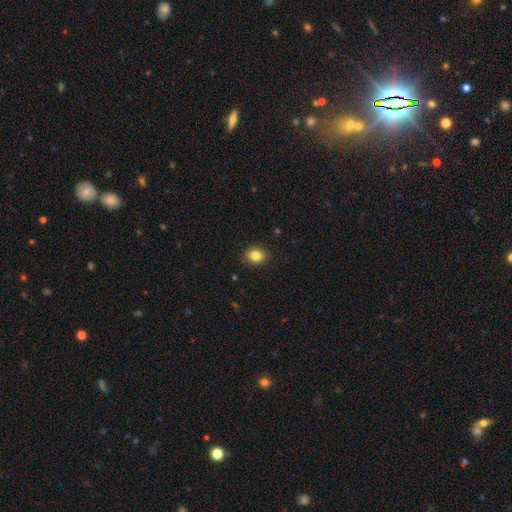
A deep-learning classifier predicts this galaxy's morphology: smooth-or-featured: smooth: 84% | star or artifact: 10% | featured or disk: 6%
  how-rounded: round: 60% | in between: 39% | cigar-shaped: 1%
  merging: none: 89% | minor disturbance: 8% | major disturbance: 2% | merger: 1%